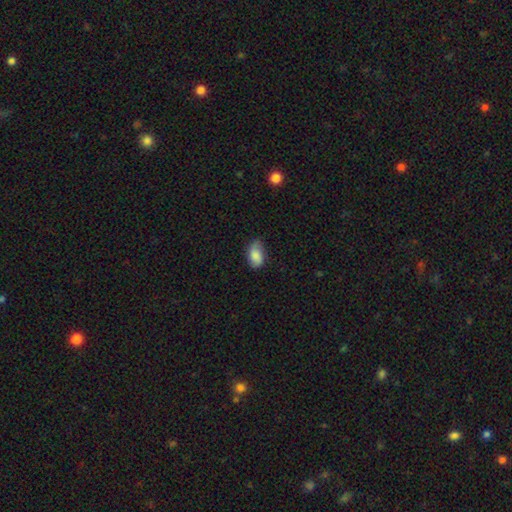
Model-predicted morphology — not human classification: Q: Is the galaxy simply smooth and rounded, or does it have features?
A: smooth — 76%.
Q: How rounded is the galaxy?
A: in between — 91%.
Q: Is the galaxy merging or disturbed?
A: none — 61%.